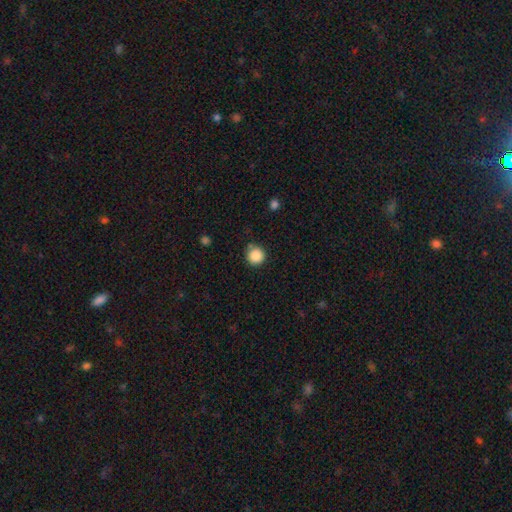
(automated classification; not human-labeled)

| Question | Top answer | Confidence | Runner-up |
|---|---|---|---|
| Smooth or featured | smooth | 86% | star or artifact (10%) |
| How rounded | round | 95% | in between (4%) |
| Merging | none | 82% | minor disturbance (12%) |